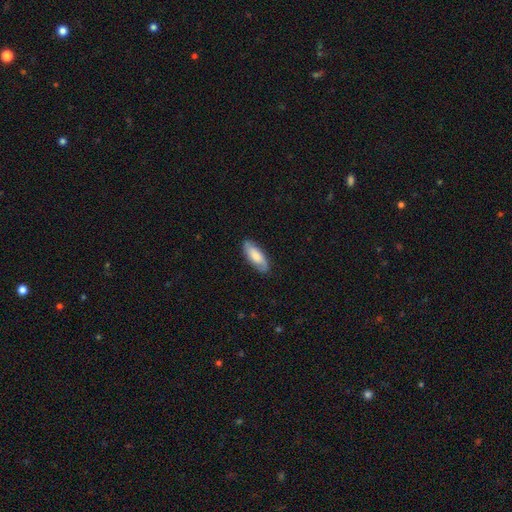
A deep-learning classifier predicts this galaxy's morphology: smooth 64%, featured or disk 30%, star or artifact 6%. Down the decision tree: how rounded — in between (74%); merging — none (83%).